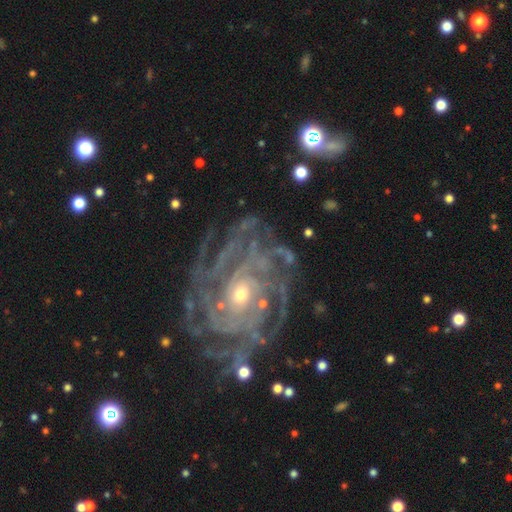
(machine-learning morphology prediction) The model was most divided on "spiral arm count": more than 4: 32%, can't tell: 26%, 4: 16%, 3: 10%, 2: 9%, 1: 8%. More confident: spiral arms — yes (97%); edge-on disk — no (97%); smooth or featured — featured or disk (89%); spiral winding — tight (79%); merging — none (78%); bar — no (63%); bulge size — small (59%).